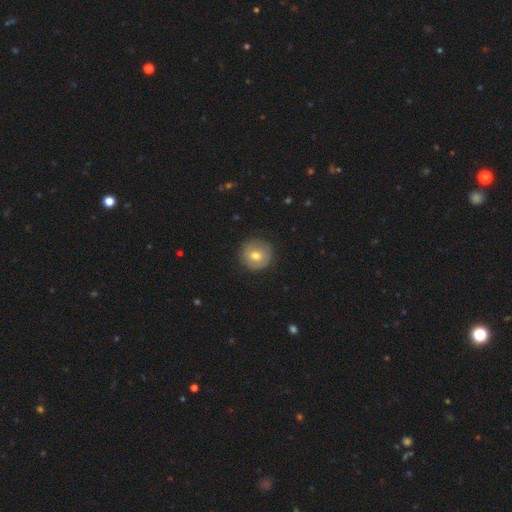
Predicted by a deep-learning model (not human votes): Q: Smooth or featured?
A: smooth (62%); runner-up: featured or disk (30%)
Q: How rounded?
A: round (94%); runner-up: in between (5%)
Q: Merging?
A: none (86%); runner-up: minor disturbance (10%)